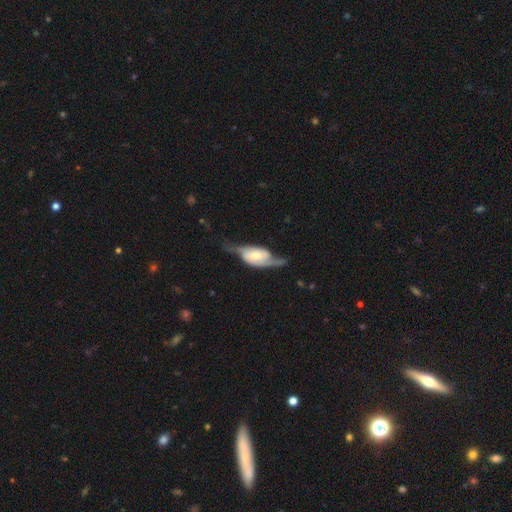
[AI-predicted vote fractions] Smooth or featured? featured or disk (76%)
Edge-on disk? no (82%)
Bar? no (42%)
Spiral arms? yes (87%)
Spiral winding? loose (50%)
Spiral arm count? 2 (83%)
Bulge size? moderate (39%)
Merging? none (45%)